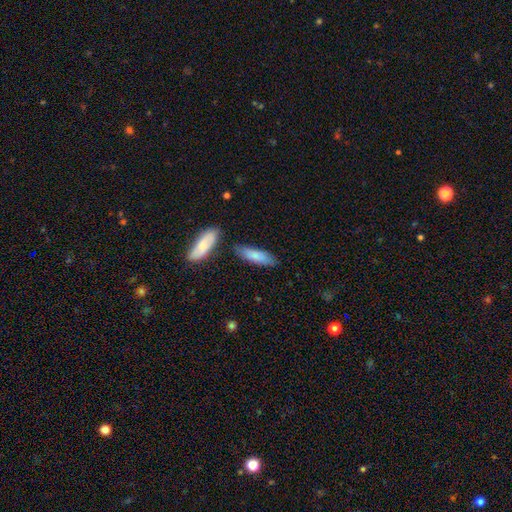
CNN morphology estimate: This is likely a smooth galaxy (78%). How rounded: possibly cigar-shaped (59%). Merging: likely none (75%).